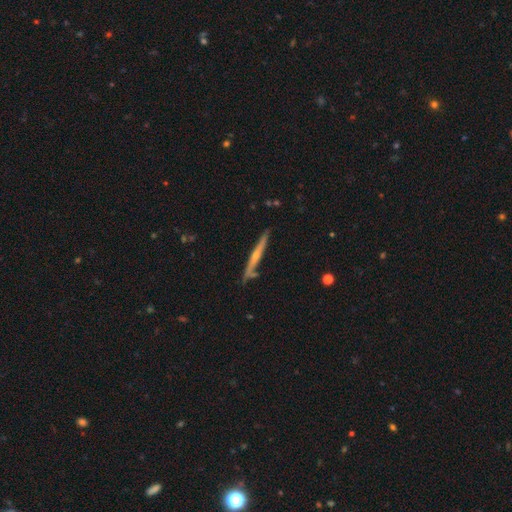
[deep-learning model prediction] Q: Smooth or featured?
A: featured or disk (73%); runner-up: smooth (21%)
Q: Edge-on disk?
A: yes (95%); runner-up: no (5%)
Q: Edge-on bulge?
A: rounded (68%); runner-up: none (28%)
Q: Merging?
A: none (76%); runner-up: minor disturbance (17%)